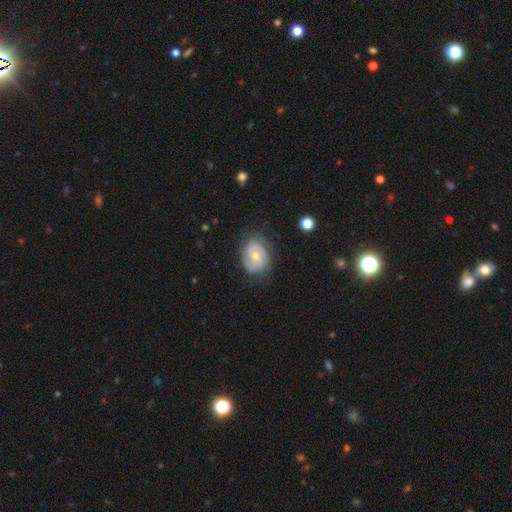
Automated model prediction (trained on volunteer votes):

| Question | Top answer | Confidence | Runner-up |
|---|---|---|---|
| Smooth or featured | featured or disk | 68% | smooth (25%) |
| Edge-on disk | no | 97% | yes (3%) |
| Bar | no | 66% | weak (29%) |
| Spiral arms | yes | 87% | no (13%) |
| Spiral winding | tight | 49% | medium (37%) |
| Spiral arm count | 2 | 56% | can't tell (24%) |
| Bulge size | moderate | 57% | small (39%) |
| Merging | none | 70% | minor disturbance (21%) |